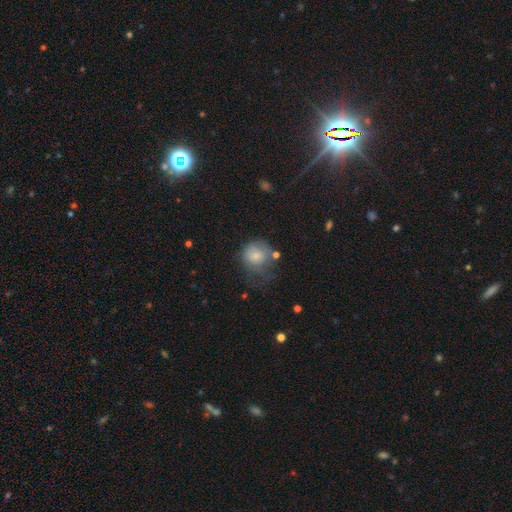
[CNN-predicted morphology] The model was most divided on "merging": none: 34%, major disturbance: 32%, minor disturbance: 28%, merger: 6%. More confident: how rounded — round (78%); smooth or featured — smooth (70%).